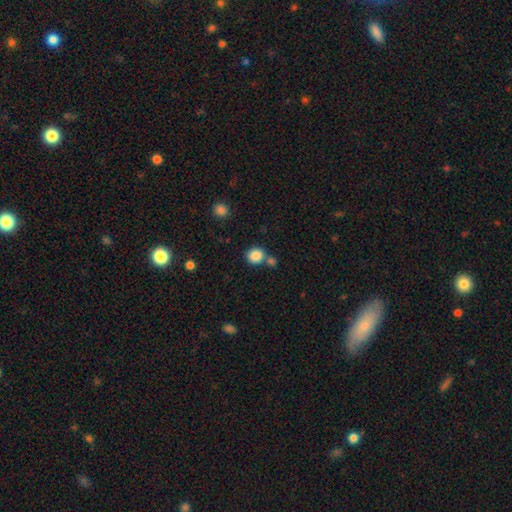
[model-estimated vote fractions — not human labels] Morphology: type=smooth (86%); roundness=round (79%); merging=none (64%).